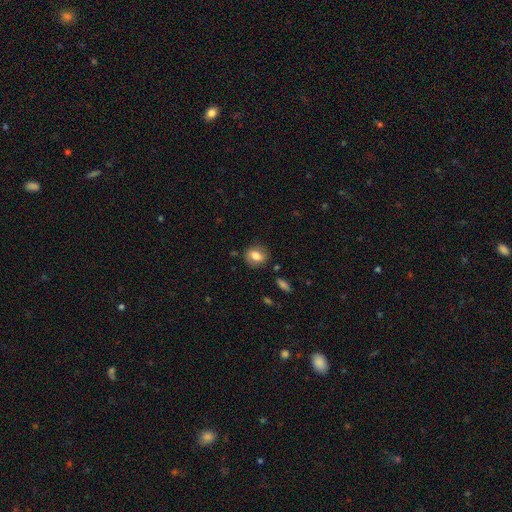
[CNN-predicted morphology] This is likely a smooth galaxy (76%). How rounded: possibly round (50%). Merging: clearly none (81%).